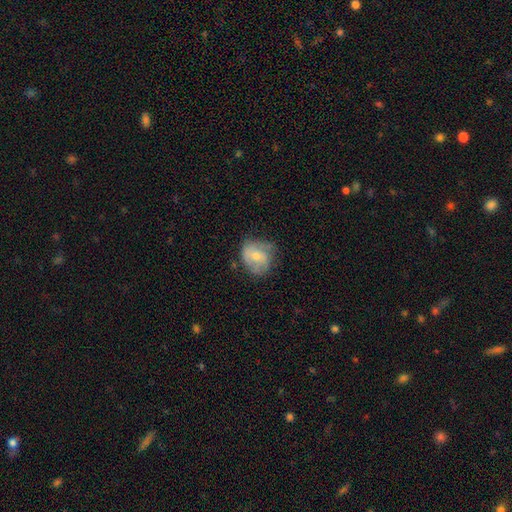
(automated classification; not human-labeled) Overall: smooth (51%; featured or disk 42%). How rounded: round (69%; in between 30%). Merging: none (56%; minor disturbance 30%).